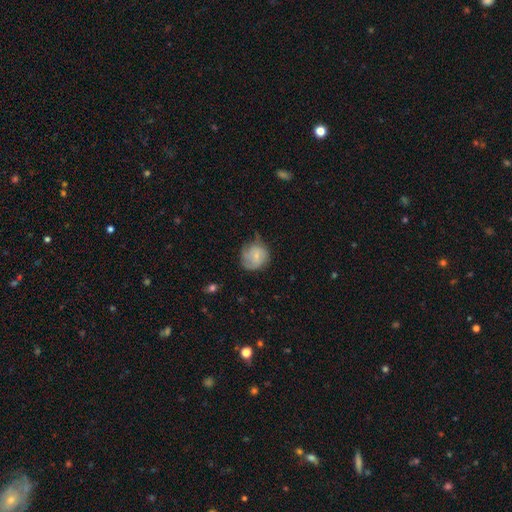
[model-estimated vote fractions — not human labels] A smooth galaxy with no disk features (63%) that is round (80%).

Vote fractions:
- Smooth or featured? smooth: 63% / featured or disk: 30% / star or artifact: 7%
- How rounded? round: 80% / in between: 19% / cigar-shaped: 1%
- Merging? none: 46% / minor disturbance: 36% / major disturbance: 15% / merger: 2%